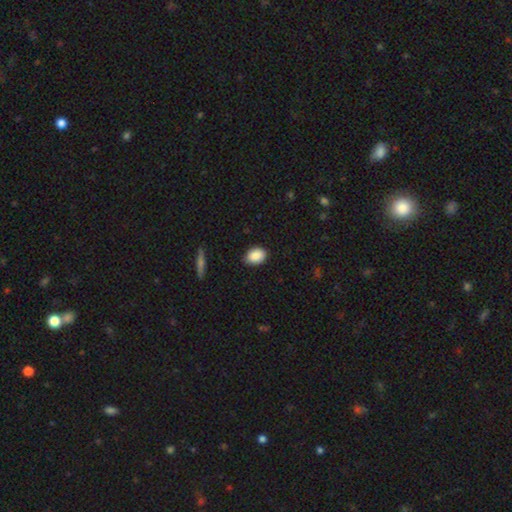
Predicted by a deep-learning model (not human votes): Smooth or featured: smooth — 88% (star or artifact — 8%)
How rounded: in between — 77% (round — 22%)
Merging: none — 84% (minor disturbance — 13%)